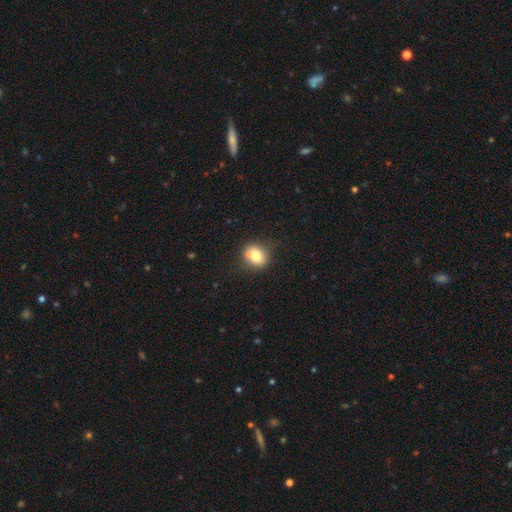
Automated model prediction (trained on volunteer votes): A smooth galaxy with no disk features (75%) that is round (72%). Merging: none (61%).